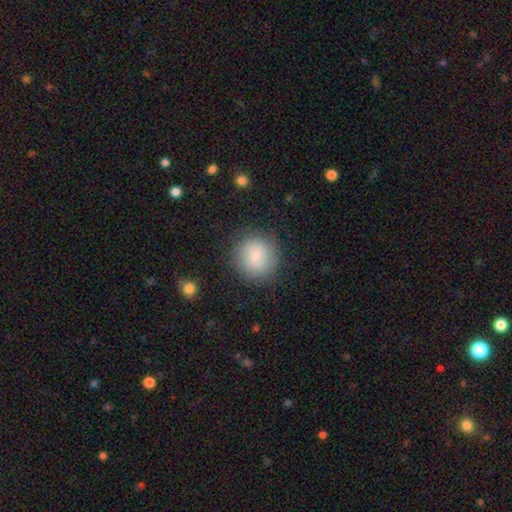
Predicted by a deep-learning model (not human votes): A smooth galaxy with no disk features (72%) that is round (90%). Merging: none (83%).